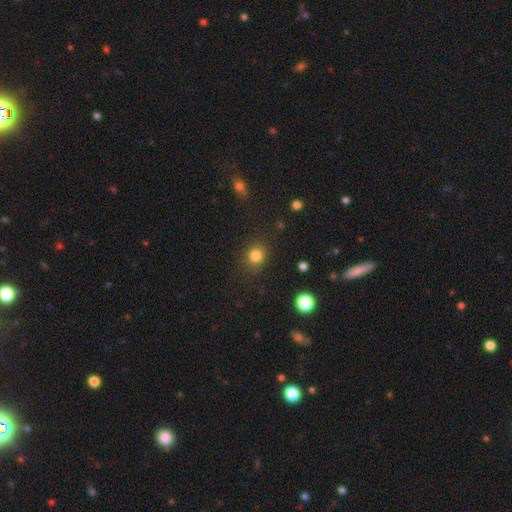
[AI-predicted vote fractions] Smooth or featured?
  - smooth: 82% *
  - star or artifact: 13%
  - featured or disk: 5%
How rounded?
  - round: 80% *
  - in between: 19%
  - cigar-shaped: 1%
Merging?
  - none: 85% *
  - minor disturbance: 9%
  - major disturbance: 4%
  - merger: 2%